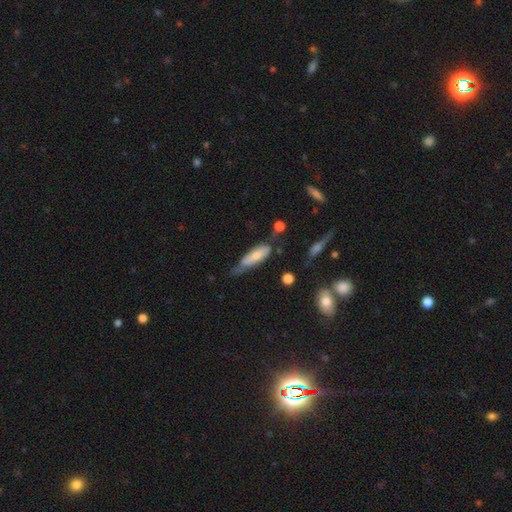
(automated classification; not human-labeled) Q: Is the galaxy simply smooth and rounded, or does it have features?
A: smooth — 64%.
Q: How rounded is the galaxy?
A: in between — 50%.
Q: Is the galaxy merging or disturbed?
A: minor disturbance — 38%.